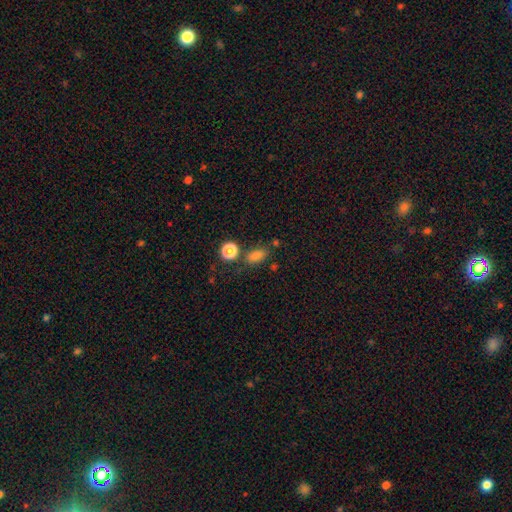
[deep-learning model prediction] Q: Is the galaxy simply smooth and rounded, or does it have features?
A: smooth — 80%.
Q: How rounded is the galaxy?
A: in between — 78%.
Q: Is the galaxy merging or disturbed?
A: none — 71%.